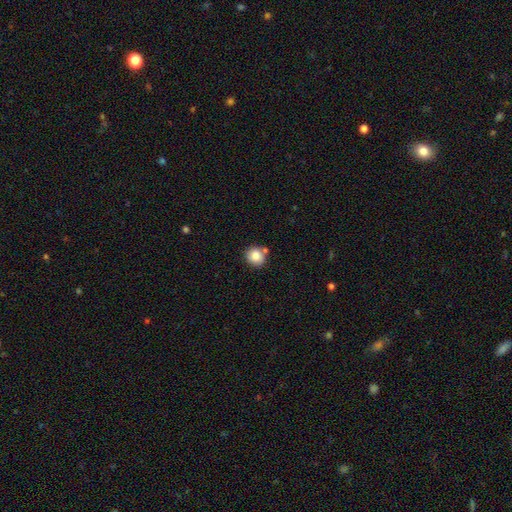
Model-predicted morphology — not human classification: This is clearly a smooth galaxy (84%). How rounded: clearly round (85%). Merging: likely none (72%).